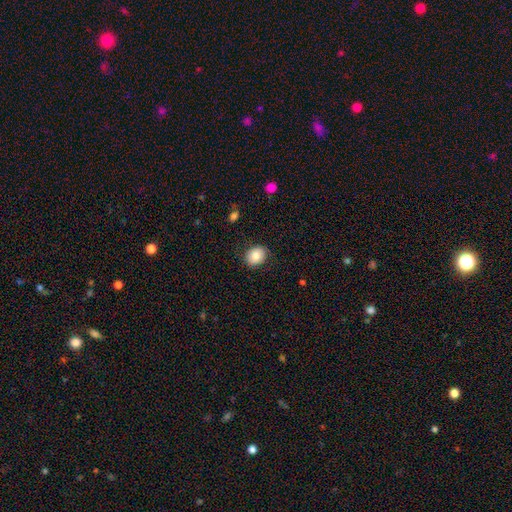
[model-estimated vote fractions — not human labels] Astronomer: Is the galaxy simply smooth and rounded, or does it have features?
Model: smooth — 82%.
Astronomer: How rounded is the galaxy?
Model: round — 54% (runner-up: in between, 45%).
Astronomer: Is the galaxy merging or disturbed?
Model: none — 86%.